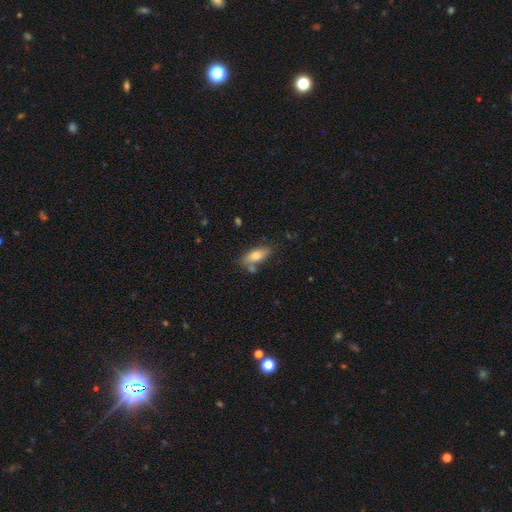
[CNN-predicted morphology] Smooth or featured? smooth (75%)
How rounded? in between (79%)
Merging? none (60%)